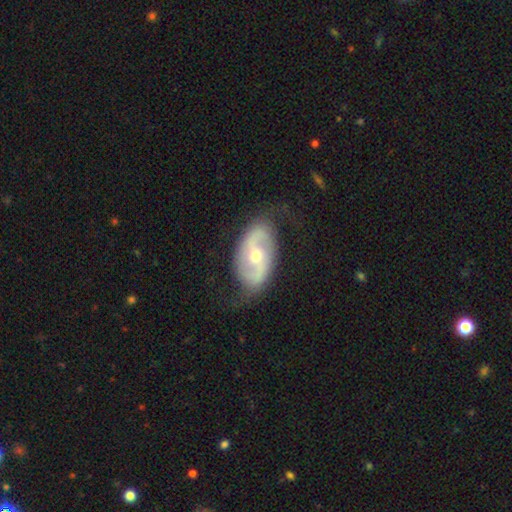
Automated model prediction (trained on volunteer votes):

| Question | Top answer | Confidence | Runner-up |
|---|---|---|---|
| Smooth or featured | featured or disk | 78% | smooth (16%) |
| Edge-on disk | no | 95% | yes (5%) |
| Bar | no | 43% | weak (37%) |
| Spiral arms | yes | 86% | no (14%) |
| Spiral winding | loose | 42% | medium (40%) |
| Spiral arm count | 2 | 88% | can't tell (7%) |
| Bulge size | moderate | 56% | small (41%) |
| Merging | none | 73% | minor disturbance (19%) |